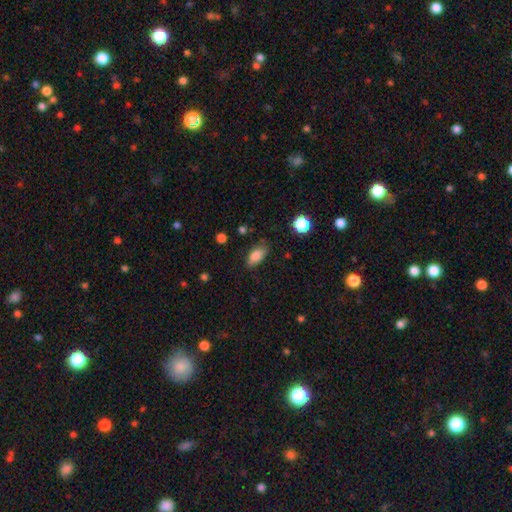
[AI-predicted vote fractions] Overall: smooth (85%). How rounded: in between (90%). Merging: none (76%).